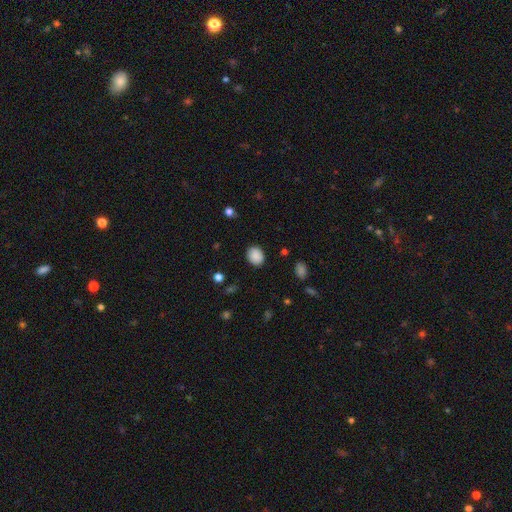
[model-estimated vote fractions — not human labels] Smooth or featured: smooth — 88% (star or artifact — 9%)
How rounded: round — 54% (in between — 45%)
Merging: none — 85% (minor disturbance — 11%)